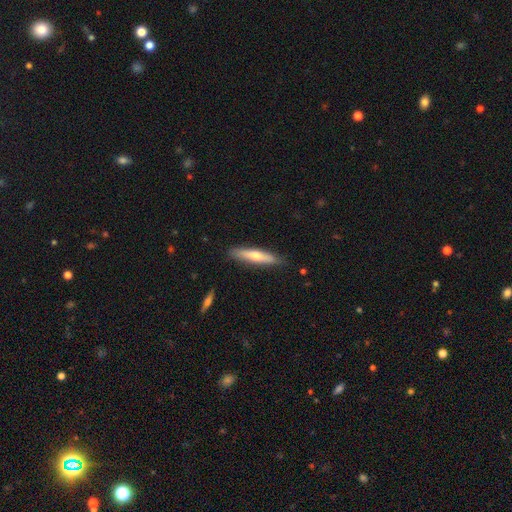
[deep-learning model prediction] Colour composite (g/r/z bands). It shows a smooth galaxy with no disk features (57%) that is cigar-shaped (87%). Merging: none (88%).